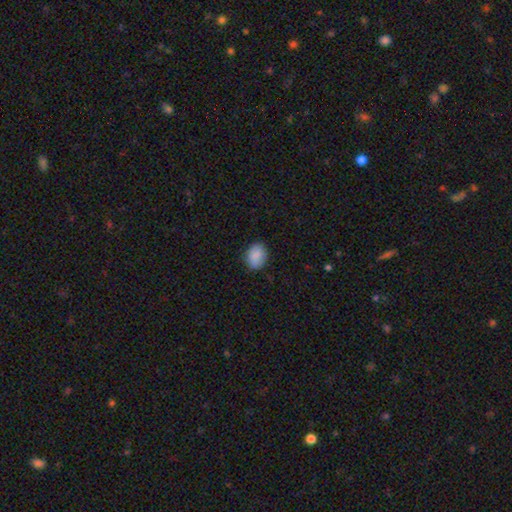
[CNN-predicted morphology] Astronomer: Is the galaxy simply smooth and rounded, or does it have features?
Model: smooth — 87%.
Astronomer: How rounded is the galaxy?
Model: in between — 66%.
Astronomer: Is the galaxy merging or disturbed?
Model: none — 81%.